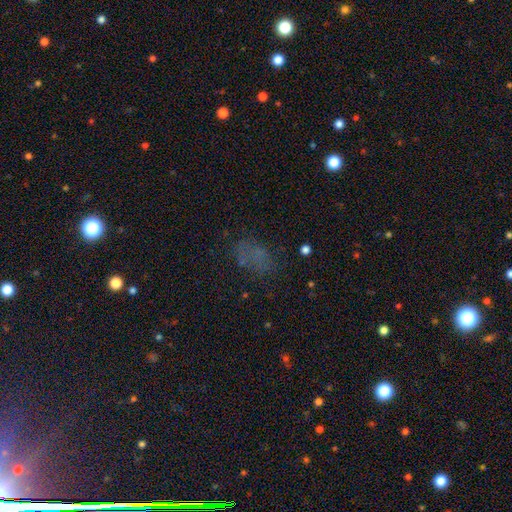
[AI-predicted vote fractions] This is possibly a smooth galaxy (52%). How rounded: clearly in between (81%). Merging: likely none (62%).